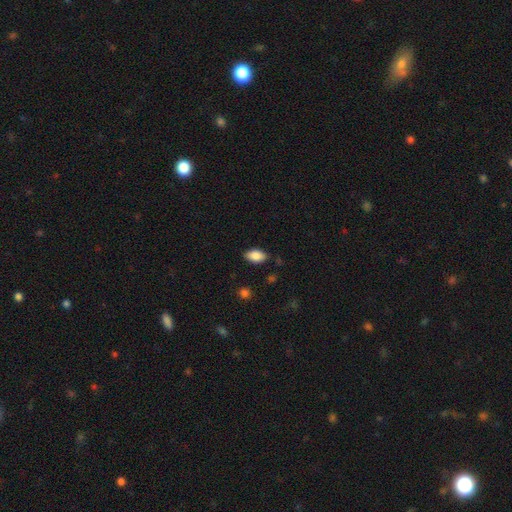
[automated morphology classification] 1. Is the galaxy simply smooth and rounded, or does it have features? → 87% smooth, 8% star or artifact, 6% featured or disk.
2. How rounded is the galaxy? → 92% in between, 6% round, 2% cigar-shaped.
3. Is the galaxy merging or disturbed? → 84% none, 12% minor disturbance, 3% major disturbance, 1% merger.